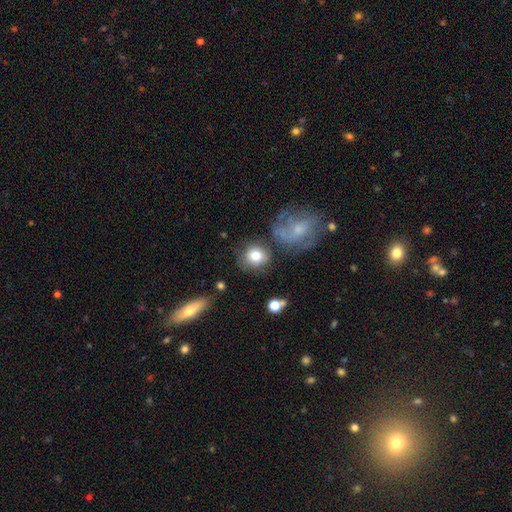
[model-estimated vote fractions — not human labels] Smooth or featured? Predicted: smooth (p=0.77). How rounded? Predicted: round (p=0.80). Merging? Predicted: none (p=0.70).